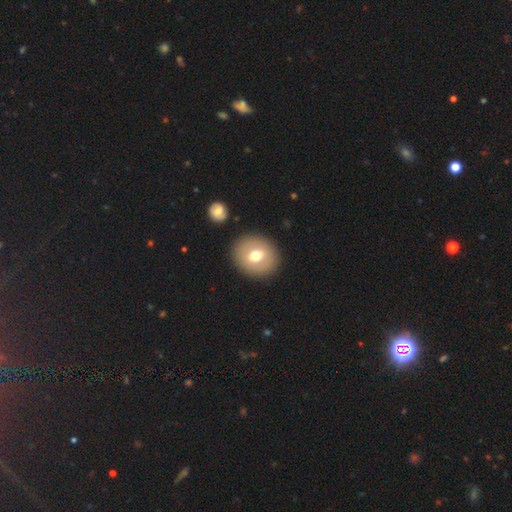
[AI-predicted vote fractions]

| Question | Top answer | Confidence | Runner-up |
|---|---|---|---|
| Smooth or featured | smooth | 66% | featured or disk (25%) |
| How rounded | round | 76% | in between (23%) |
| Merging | none | 88% | minor disturbance (7%) |